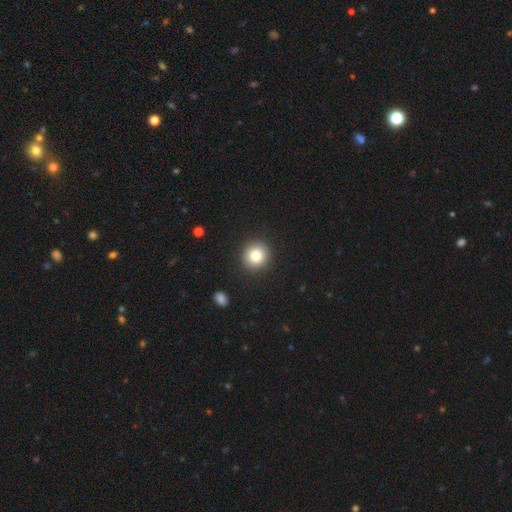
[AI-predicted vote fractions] smooth_or_featured: smooth (p=0.82) [alt: star or artifact p=0.10]
how_rounded: round (p=0.92) [alt: in between p=0.07]
merging: none (p=0.90) [alt: minor disturbance p=0.06]